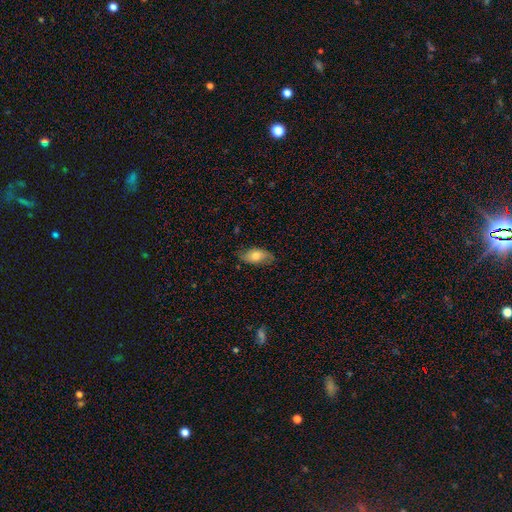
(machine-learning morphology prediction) A smooth galaxy with no disk features (65%) that is in between round and cigar-shaped (90%).

Vote fractions:
- Smooth or featured? smooth: 65% / featured or disk: 28% / star or artifact: 7%
- How rounded? in between: 90% / cigar-shaped: 6% / round: 4%
- Merging? none: 75% / minor disturbance: 19% / major disturbance: 4% / merger: 1%